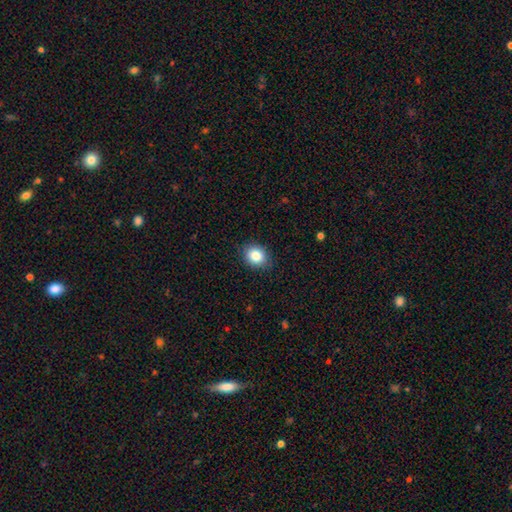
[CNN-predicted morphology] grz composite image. It shows a smooth galaxy with no disk features (85%) that is round (59%). Merging: none (88%).